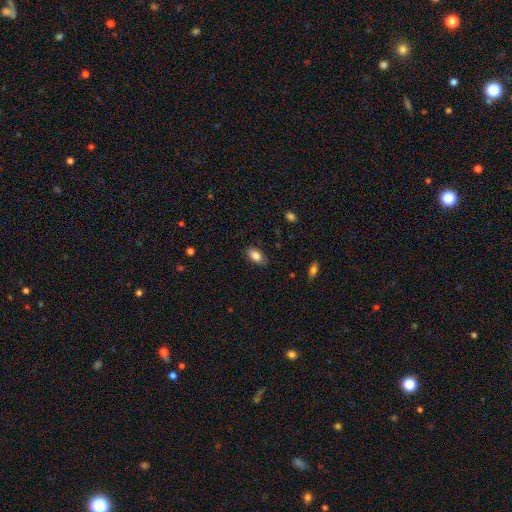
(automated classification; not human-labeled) A smooth galaxy with no disk features (84%) that is in between round and cigar-shaped (92%). Merging: none (85%).